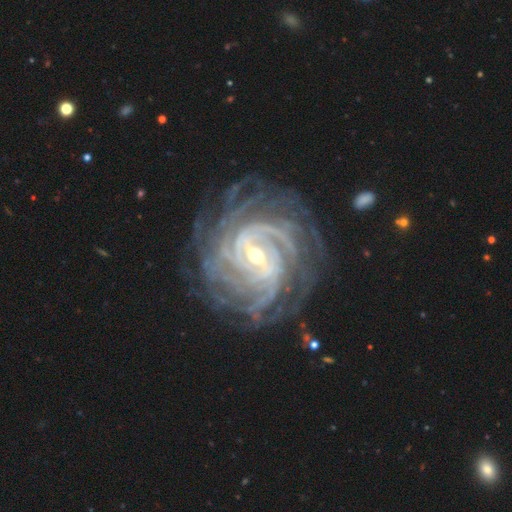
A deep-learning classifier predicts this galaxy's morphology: A featured or disk galaxy (93%) with a strong bar (48%), more than 4 (31%) tight (80%) spiral arms (99%) and a small central bulge (54%). Merging: none (81%).